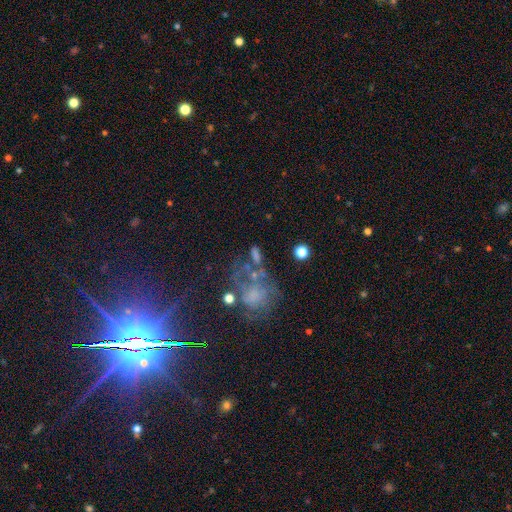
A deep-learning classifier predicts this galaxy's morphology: Smooth or featured? featured or disk (42%)
Merging? none (39%)